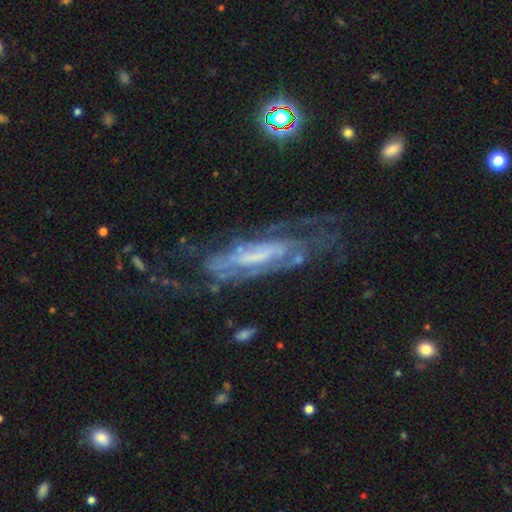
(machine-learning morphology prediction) This is likely a featured or disk galaxy (79%). It is likely not viewed edge-on (77%). Bar: marginally weak (37%). Spiral arm pattern: clearly yes (86%). Spiral arm count: possibly can't tell (46%). Spiral winding: possibly tight (47%). Central bulge: marginally none (32%, tied with small). Merging: possibly none (57%).